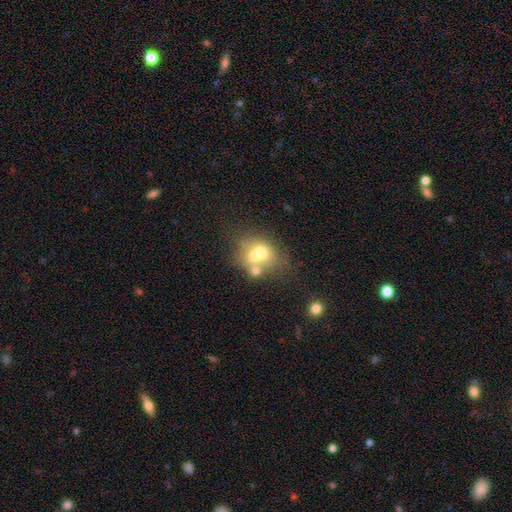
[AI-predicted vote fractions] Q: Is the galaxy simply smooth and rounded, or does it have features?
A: smooth — 57%.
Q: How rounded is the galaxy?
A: in between — 57%.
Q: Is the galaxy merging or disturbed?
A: merger — 48%.